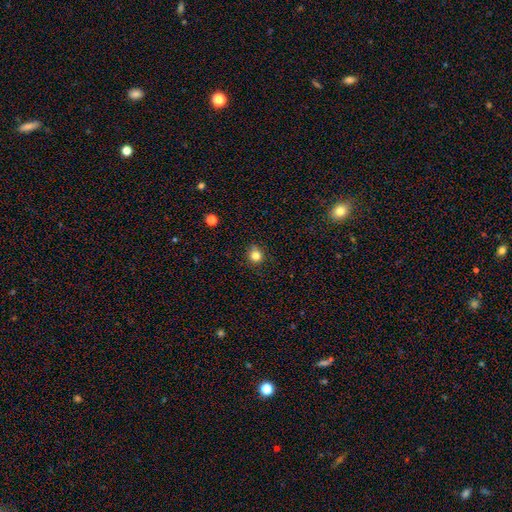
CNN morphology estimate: This is clearly a smooth galaxy (82%). How rounded: clearly round (89%). Merging: clearly none (85%).